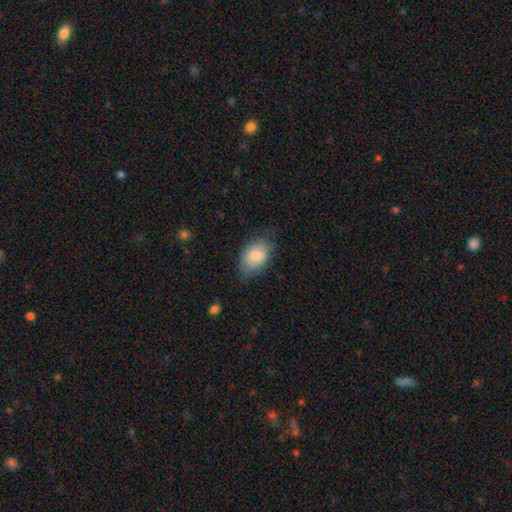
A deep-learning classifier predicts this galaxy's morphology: type=smooth (80%); roundness=in between (90%); merging=none (66%).